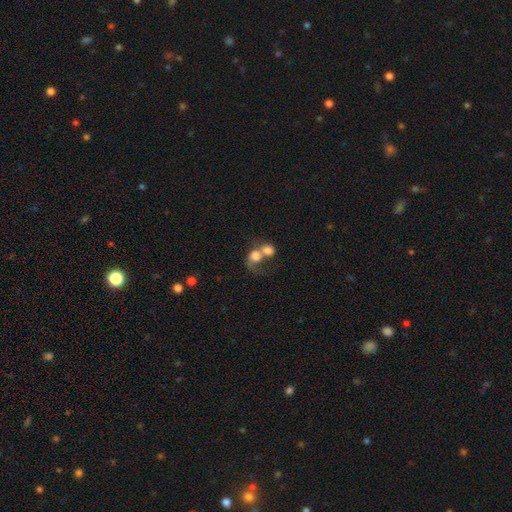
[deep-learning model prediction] Q: Smooth or featured?
A: smooth (65%); runner-up: featured or disk (26%)
Q: How rounded?
A: round (58%); runner-up: in between (41%)
Q: Merging?
A: merger (76%); runner-up: major disturbance (10%)